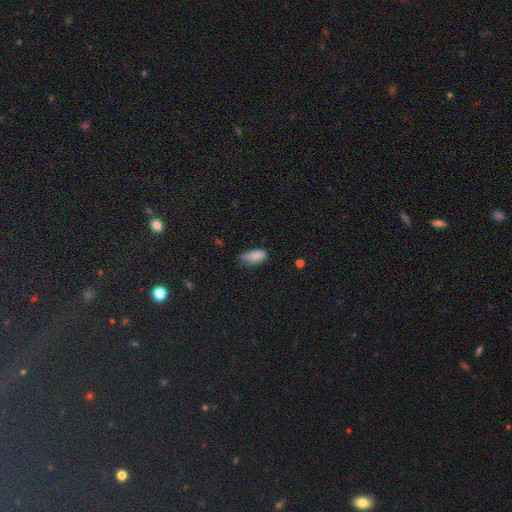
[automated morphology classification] The model was most divided on "merging": minor disturbance: 46%, none: 41%, major disturbance: 11%, merger: 2%. More confident: how rounded — in between (91%); smooth or featured — smooth (84%).